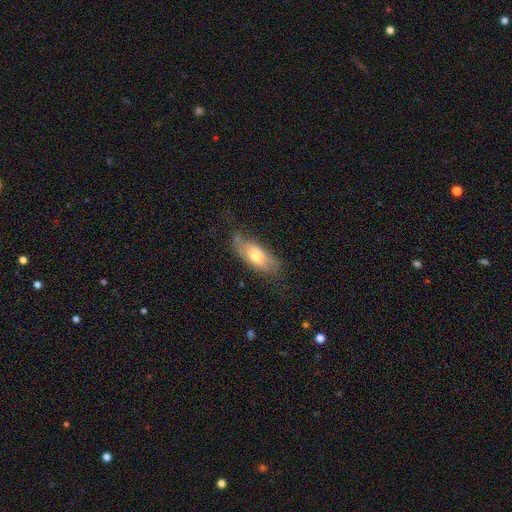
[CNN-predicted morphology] Smooth or featured: smooth — 63% (featured or disk — 30%)
How rounded: in between — 81% (cigar-shaped — 16%)
Merging: none — 60% (minor disturbance — 28%)